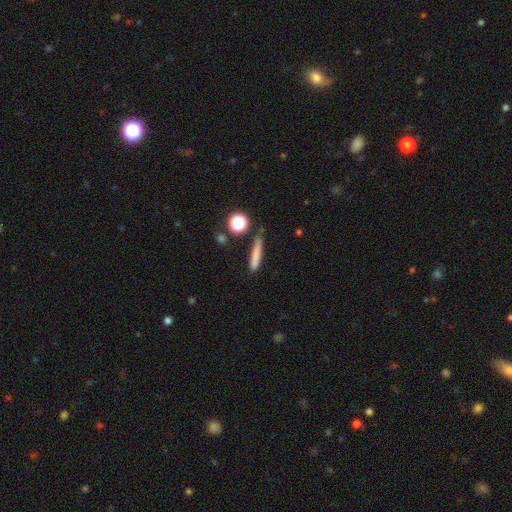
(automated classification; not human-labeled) Smooth or featured?
  - smooth: 74% *
  - featured or disk: 16%
  - star or artifact: 11%
How rounded?
  - cigar-shaped: 88% *
  - in between: 7%
  - round: 5%
Merging?
  - none: 70% *
  - minor disturbance: 20%
  - major disturbance: 6%
  - merger: 4%